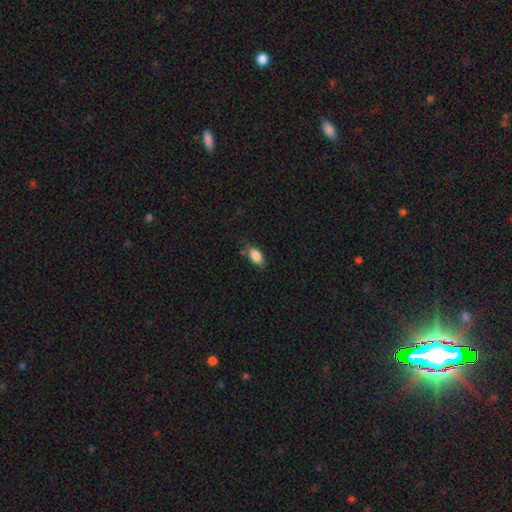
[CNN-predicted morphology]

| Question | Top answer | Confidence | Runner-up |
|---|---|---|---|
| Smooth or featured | smooth | 85% | featured or disk (8%) |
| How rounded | in between | 90% | cigar-shaped (6%) |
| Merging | none | 70% | minor disturbance (21%) |